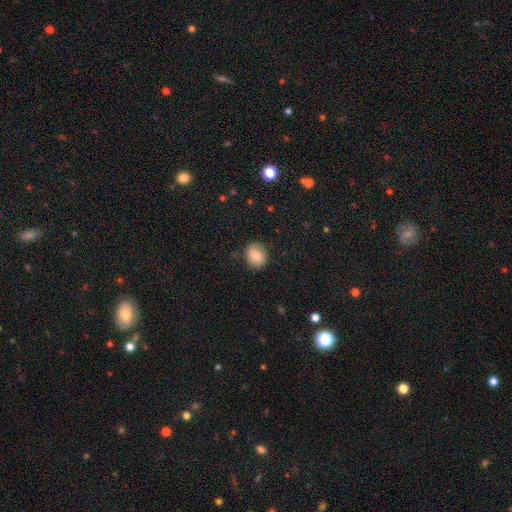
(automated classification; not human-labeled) Smooth or featured: smooth — 80% (featured or disk — 11%)
How rounded: round — 65% (in between — 34%)
Merging: none — 82% (minor disturbance — 13%)